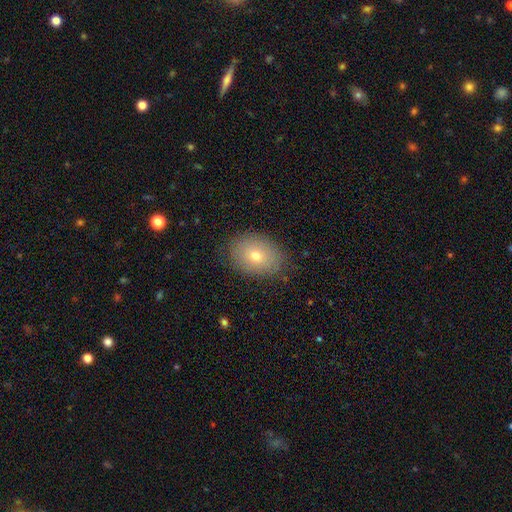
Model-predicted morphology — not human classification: smooth-or-featured: smooth: 72% | featured or disk: 18% | star or artifact: 10%
  how-rounded: in between: 71% | round: 28% | cigar-shaped: 1%
  merging: none: 84% | minor disturbance: 12% | major disturbance: 3% | merger: 1%